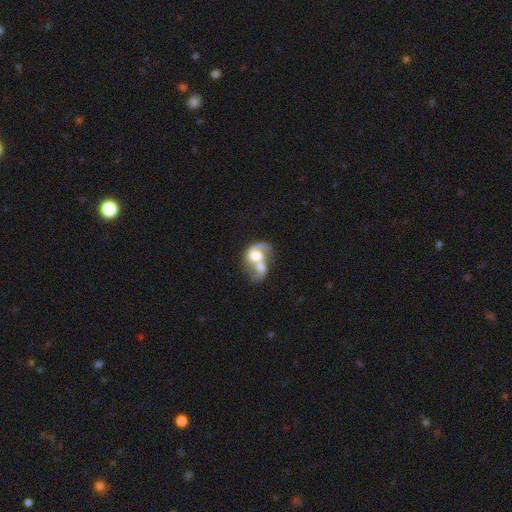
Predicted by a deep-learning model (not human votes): Morphology: type=featured or disk (59%); edge-on=no (97%); bar=no (68%); spiral arms=yes (66%); bulge=moderate (40%); merging=merger (77%).